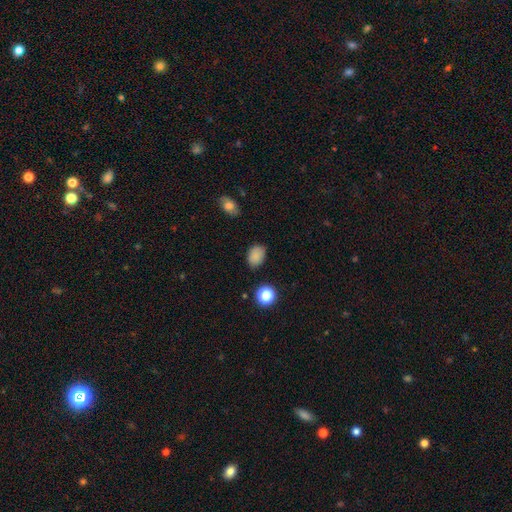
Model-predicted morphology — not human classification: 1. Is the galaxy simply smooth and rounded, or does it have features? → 84% smooth, 11% star or artifact, 5% featured or disk.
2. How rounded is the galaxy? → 74% in between, 25% round, 1% cigar-shaped.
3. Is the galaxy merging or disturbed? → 78% none, 17% minor disturbance, 3% major disturbance, 2% merger.